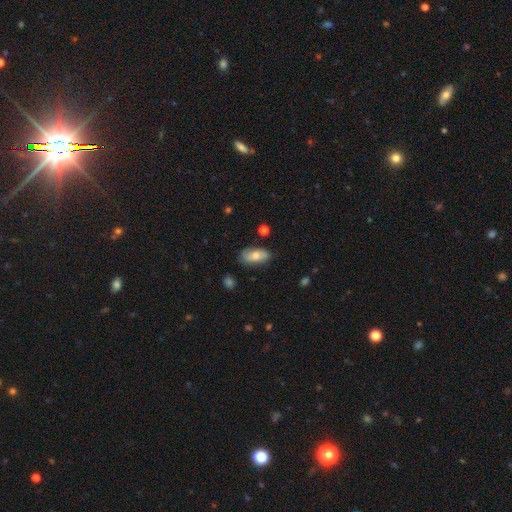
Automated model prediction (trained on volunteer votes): Morphology: type=smooth (69%); roundness=in between (89%); merging=none (77%).